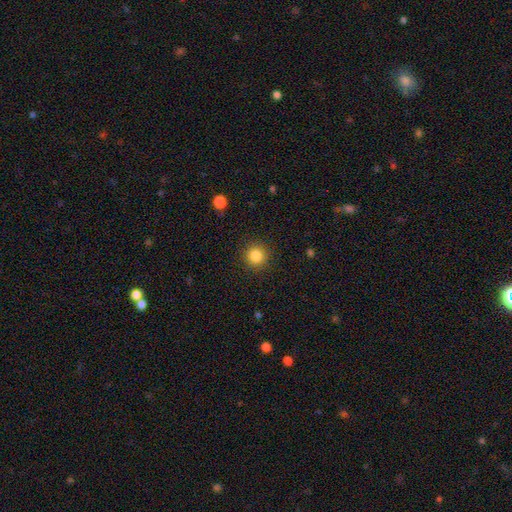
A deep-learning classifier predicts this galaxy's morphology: Smooth or featured? Predicted: smooth (p=0.85). How rounded? Predicted: round (p=0.93). Merging? Predicted: none (p=0.90).